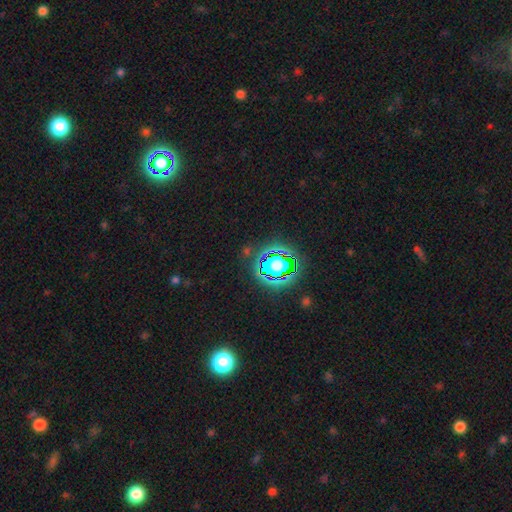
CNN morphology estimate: Smooth or featured?
  - star or artifact: 80% *
  - smooth: 13%
  - featured or disk: 7%